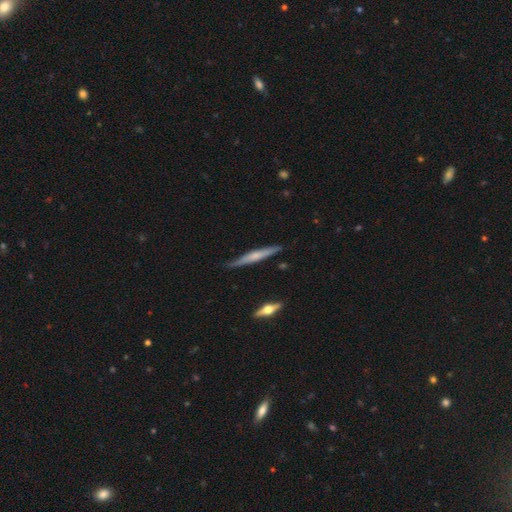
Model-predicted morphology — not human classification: Smooth or featured: featured or disk — 53% (smooth — 41%)
Edge-on disk: yes — 96% (no — 4%)
Edge-on bulge: rounded — 59% (none — 31%)
Merging: none — 82% (minor disturbance — 15%)